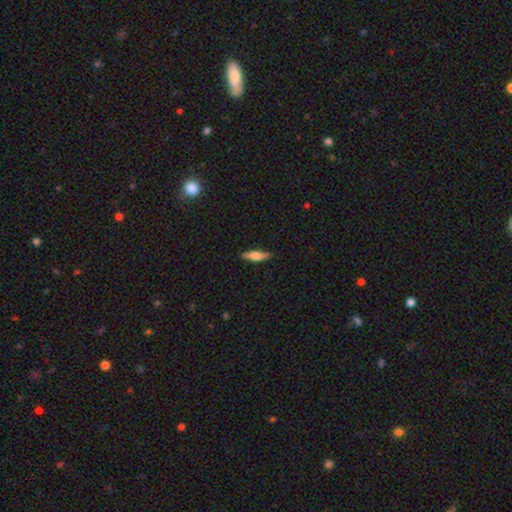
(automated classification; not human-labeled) A smooth galaxy with no disk features (66%) that is cigar-shaped (64%). Merging: none (86%).